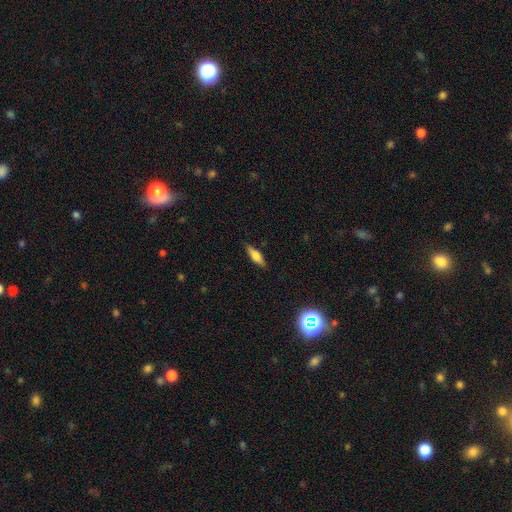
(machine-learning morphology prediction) smooth-or-featured: smooth: 59% | featured or disk: 33% | star or artifact: 8%
  how-rounded: cigar-shaped: 55% | in between: 43% | round: 3%
  merging: none: 86% | minor disturbance: 11% | major disturbance: 2% | merger: 1%